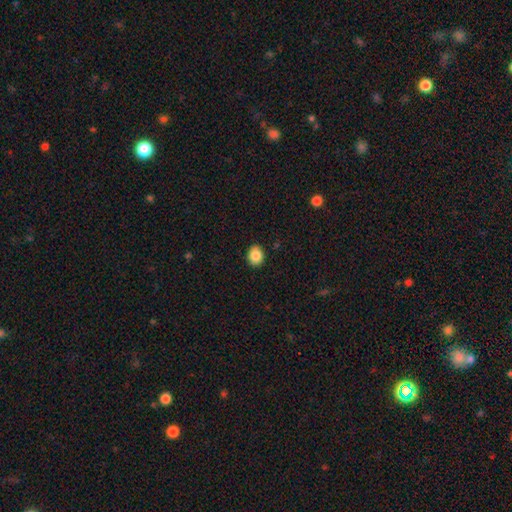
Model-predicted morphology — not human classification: The model was most divided on "how rounded": round: 51%, in between: 48%, cigar-shaped: 1%. More confident: merging — none (90%); smooth or featured — smooth (87%).